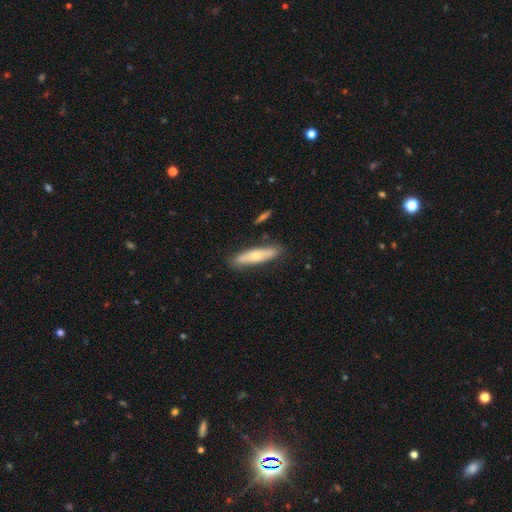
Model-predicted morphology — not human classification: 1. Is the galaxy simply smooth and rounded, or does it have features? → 55% smooth, 39% featured or disk, 6% star or artifact.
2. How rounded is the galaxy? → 72% cigar-shaped, 26% in between, 2% round.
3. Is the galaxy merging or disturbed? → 84% none, 11% minor disturbance, 3% merger, 2% major disturbance.